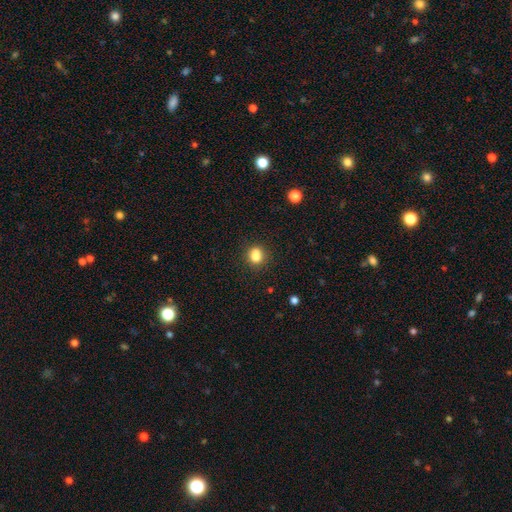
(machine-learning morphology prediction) This appears to be a smooth galaxy with no disk features (79%) that is round (68%). Merging: none (63%).